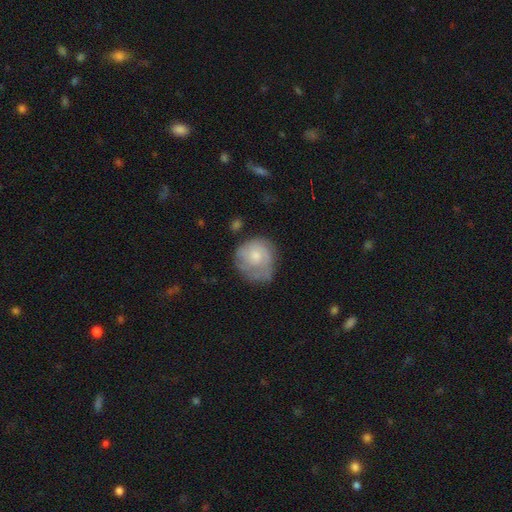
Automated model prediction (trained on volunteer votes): Overall: smooth (51%; featured or disk 42%). How rounded: round (81%). Merging: none (52%; minor disturbance 29%).